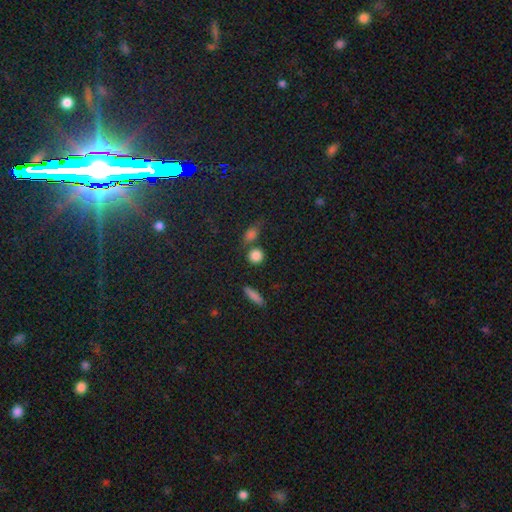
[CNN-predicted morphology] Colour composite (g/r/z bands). It shows a smooth galaxy with no disk features (84%) that is round (86%). Merging: none (72%).